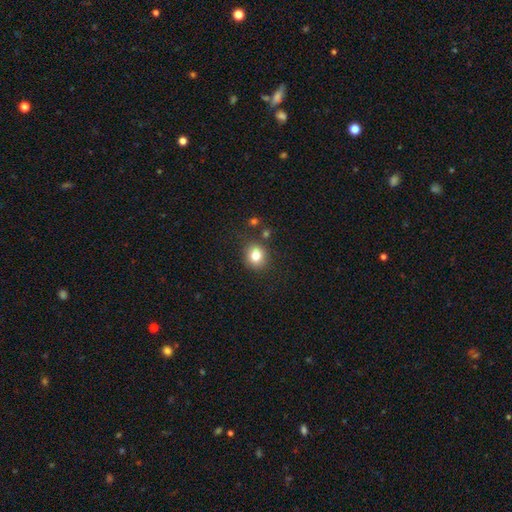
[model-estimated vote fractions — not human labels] A smooth galaxy with no disk features (81%) that is round (79%). Merging: none (81%).